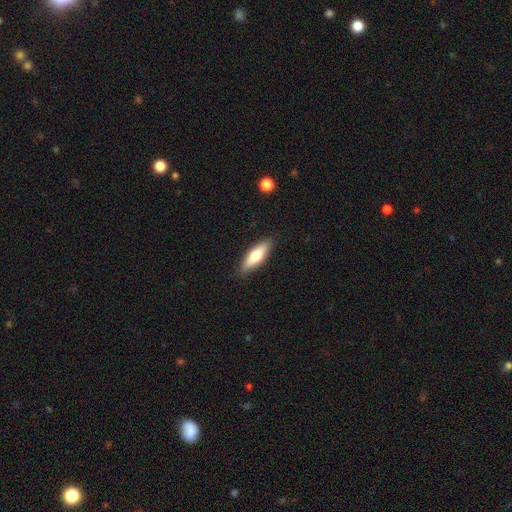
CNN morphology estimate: Smooth or featured? smooth (69%)
How rounded? in between (52%)
Merging? none (88%)